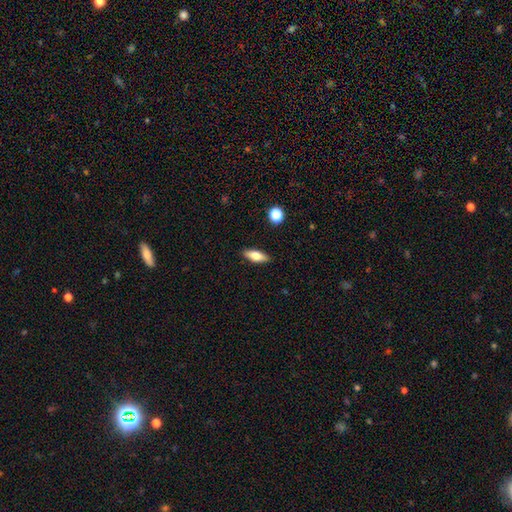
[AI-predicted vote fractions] Q: Smooth or featured?
A: smooth (70%); runner-up: featured or disk (23%)
Q: How rounded?
A: in between (70%); runner-up: cigar-shaped (27%)
Q: Merging?
A: none (89%); runner-up: minor disturbance (8%)